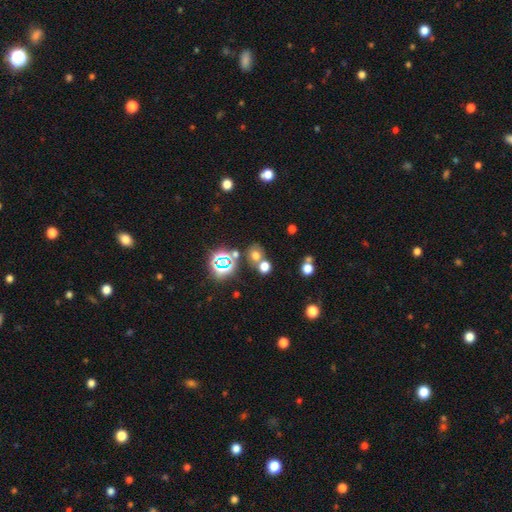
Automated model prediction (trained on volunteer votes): Morphology: type=smooth (57%); roundness=round (68%); merging=none (59%).